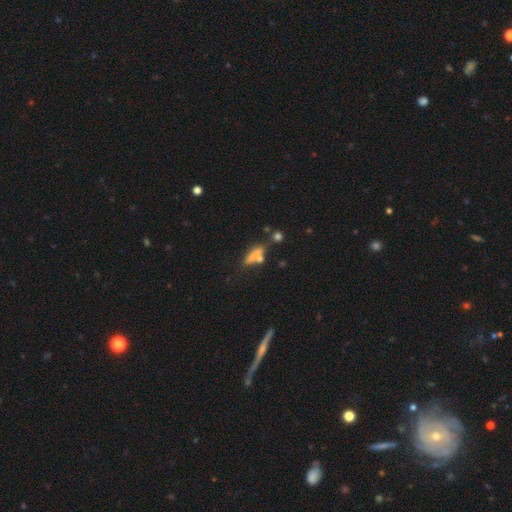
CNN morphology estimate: Overall: smooth (62%; featured or disk 27%). How rounded: cigar-shaped (70%). Merging: none (54%; merger 21%).